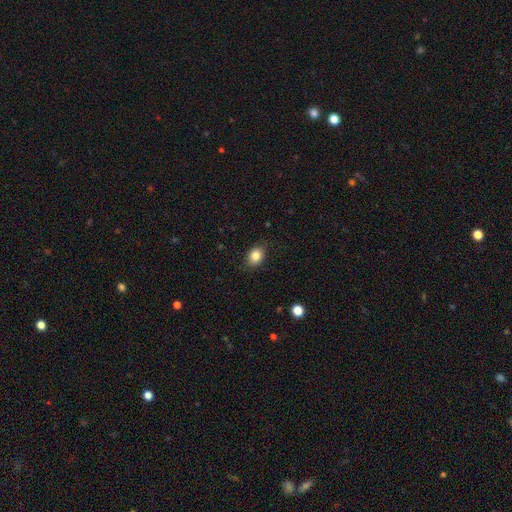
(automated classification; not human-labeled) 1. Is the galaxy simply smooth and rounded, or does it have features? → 84% smooth, 10% star or artifact, 7% featured or disk.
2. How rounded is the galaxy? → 62% in between, 37% round, 1% cigar-shaped.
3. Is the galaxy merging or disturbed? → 85% none, 12% minor disturbance, 3% major disturbance, 1% merger.